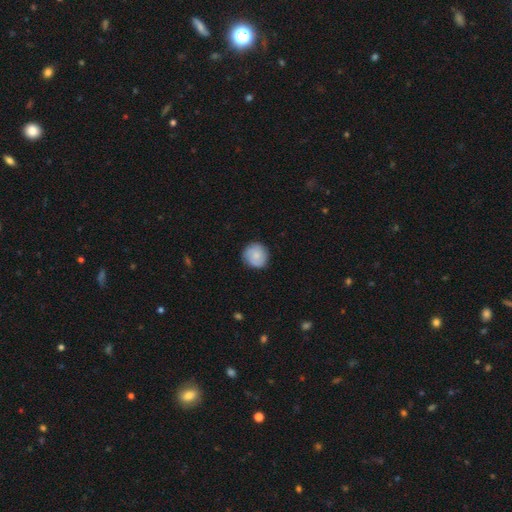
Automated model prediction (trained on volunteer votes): Overall: smooth (72%). How rounded: round (92%). Merging: none (86%).